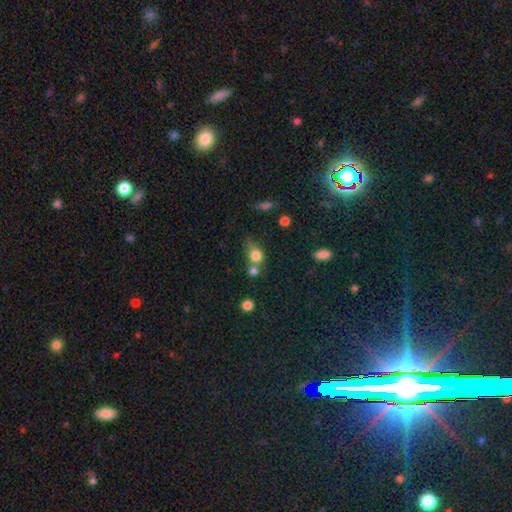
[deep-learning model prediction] A smooth galaxy with no disk features (78%) that is round (64%).

Vote fractions:
- Smooth or featured? smooth: 78% / star or artifact: 12% / featured or disk: 10%
- How rounded? round: 64% / in between: 33% / cigar-shaped: 3%
- Merging? none: 37% / merger: 36% / minor disturbance: 17% / major disturbance: 10%